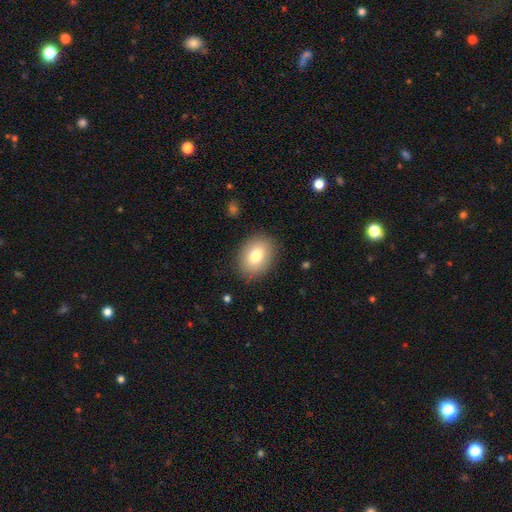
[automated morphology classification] A smooth galaxy with no disk features (79%) that is in between round and cigar-shaped (68%). Merging: none (86%).